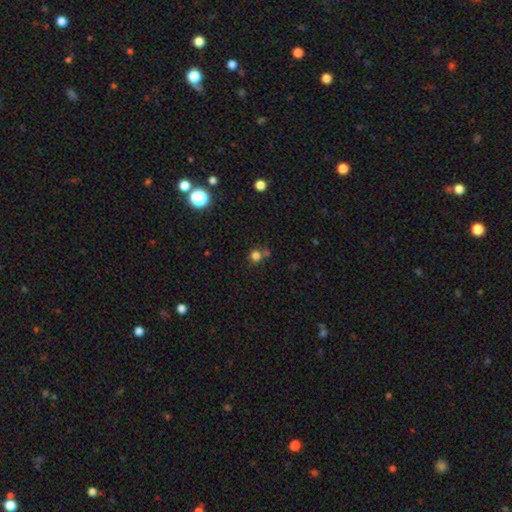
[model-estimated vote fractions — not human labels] smooth 76%, star or artifact 18%, featured or disk 7%. Down the decision tree: how rounded — round (90%); merging — none (63%).